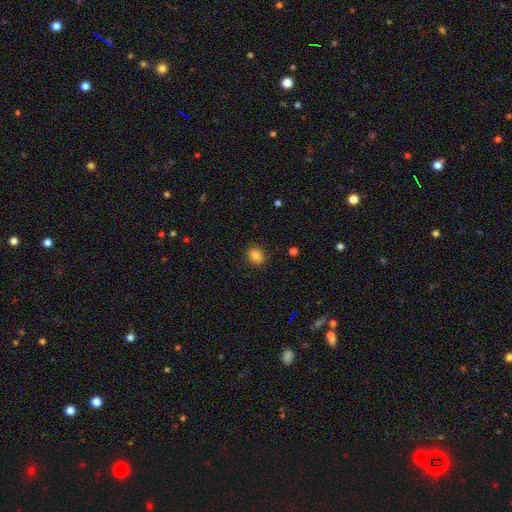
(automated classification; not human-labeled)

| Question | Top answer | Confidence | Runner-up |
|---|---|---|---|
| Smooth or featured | smooth | 84% | star or artifact (11%) |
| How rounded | round | 53% | in between (45%) |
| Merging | none | 87% | minor disturbance (9%) |